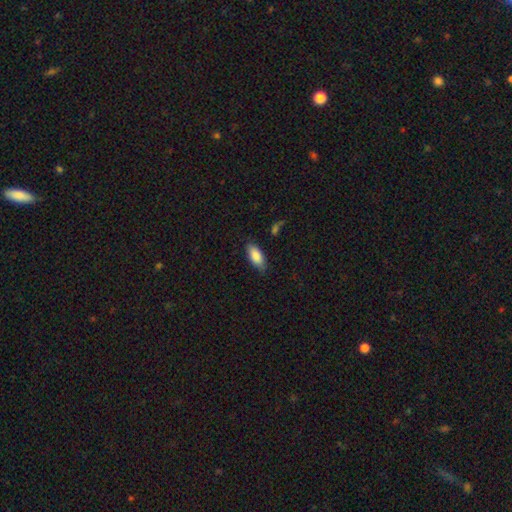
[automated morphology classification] smooth 85%, featured or disk 8%, star or artifact 6%. Down the decision tree: how rounded — in between (85%); merging — none (80%).